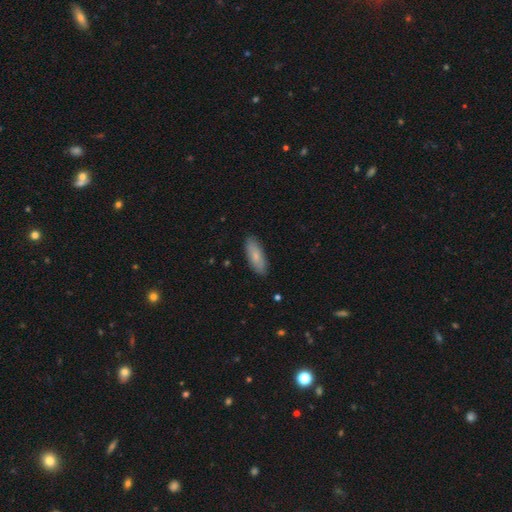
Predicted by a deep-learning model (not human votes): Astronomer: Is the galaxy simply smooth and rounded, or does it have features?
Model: smooth — 78%.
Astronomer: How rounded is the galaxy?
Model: in between — 69%.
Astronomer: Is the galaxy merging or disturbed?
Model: none — 87%.